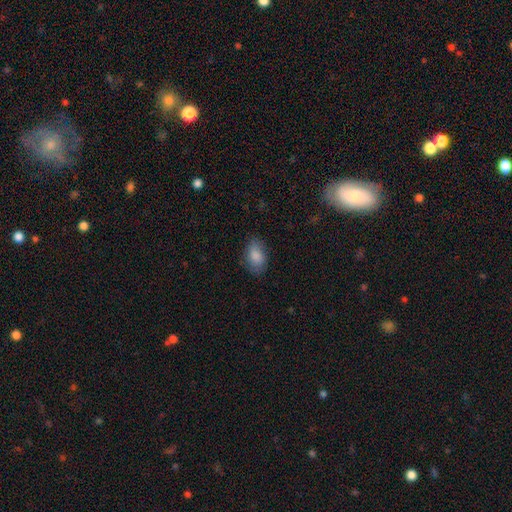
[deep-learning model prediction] Smooth or featured: smooth — 83% (featured or disk — 9%)
How rounded: in between — 86% (round — 12%)
Merging: none — 77% (minor disturbance — 17%)